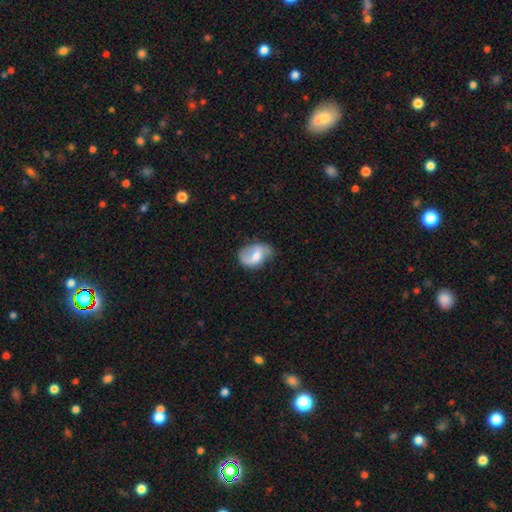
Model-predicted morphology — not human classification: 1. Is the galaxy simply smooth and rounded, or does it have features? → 47% featured or disk, 46% smooth, 7% star or artifact.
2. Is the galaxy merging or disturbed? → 53% none, 32% minor disturbance, 14% major disturbance, 2% merger.